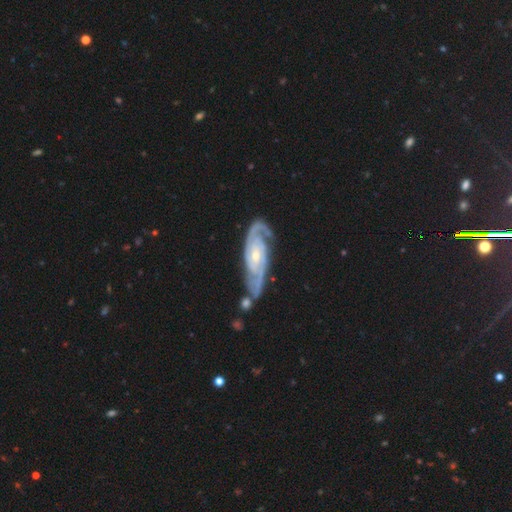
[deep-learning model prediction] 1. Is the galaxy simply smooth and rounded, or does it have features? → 92% featured or disk, 4% smooth, 4% star or artifact.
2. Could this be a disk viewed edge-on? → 93% no, 7% yes.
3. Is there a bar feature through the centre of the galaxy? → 58% no, 31% weak, 12% strong.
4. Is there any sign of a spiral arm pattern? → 98% yes, 2% no.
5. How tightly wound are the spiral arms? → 59% tight, 35% medium, 6% loose.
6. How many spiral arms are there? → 82% 2, 6% 3, 6% can't tell, 2% 4, 2% 1, 2% more than 4.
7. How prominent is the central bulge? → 60% small, 36% moderate, 2% large, 1% none, 1% dominant.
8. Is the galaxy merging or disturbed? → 70% none, 17% minor disturbance, 7% major disturbance, 6% merger.